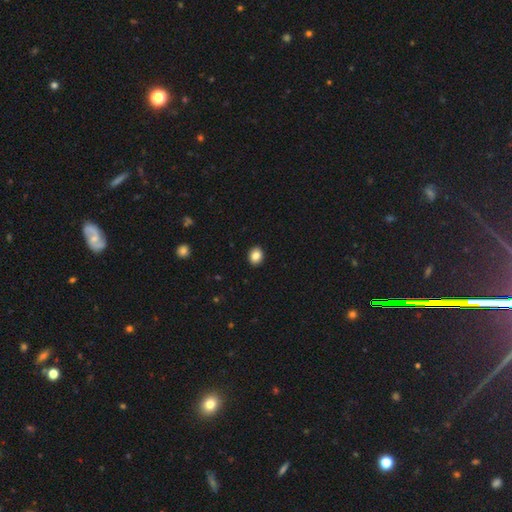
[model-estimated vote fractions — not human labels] smooth 86%, star or artifact 9%, featured or disk 5%. Down the decision tree: how rounded — round (51%); merging — none (92%).